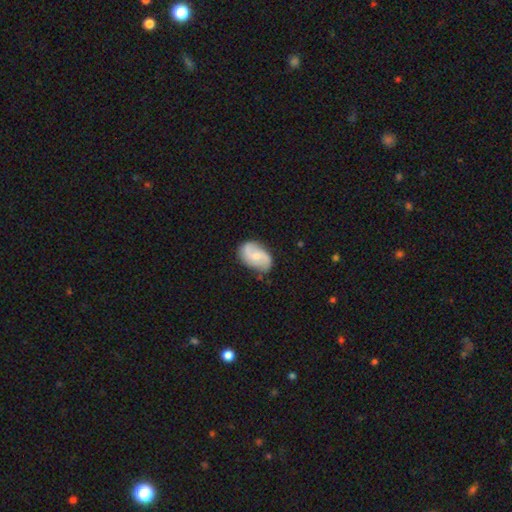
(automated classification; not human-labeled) featured or disk 66%, smooth 28%, star or artifact 6%. Down the decision tree: edge-on disk — no (97%); bar — no (47%); spiral arms — yes (92%); spiral arm count — 2 (87%); spiral winding — loose (48%); bulge size — small (51%); merging — none (73%).